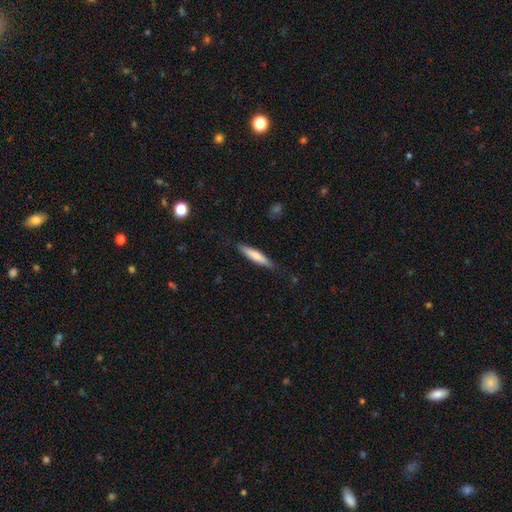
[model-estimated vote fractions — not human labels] smooth-or-featured: smooth: 72% | featured or disk: 23% | star or artifact: 5%
  how-rounded: cigar-shaped: 86% | in between: 13% | round: 1%
  merging: none: 84% | minor disturbance: 13% | major disturbance: 2% | merger: 1%